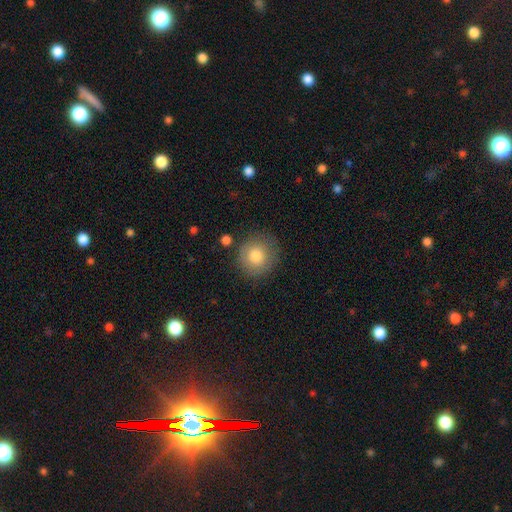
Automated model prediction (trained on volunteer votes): Smooth or featured: smooth — 80% (featured or disk — 11%)
How rounded: round — 90% (in between — 9%)
Merging: none — 81% (minor disturbance — 12%)